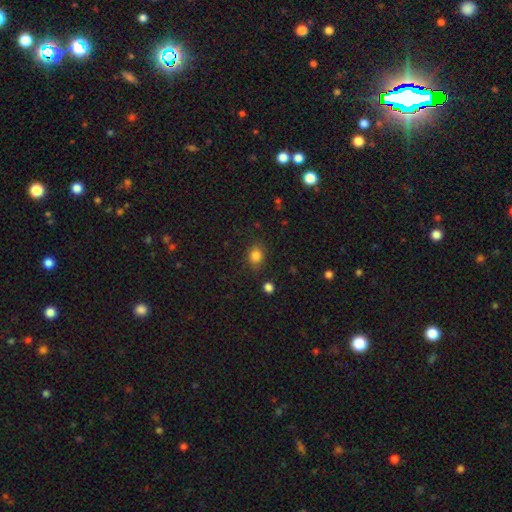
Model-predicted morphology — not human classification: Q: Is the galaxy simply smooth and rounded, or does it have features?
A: smooth — 83%.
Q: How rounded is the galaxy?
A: round — 56%.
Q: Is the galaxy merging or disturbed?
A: none — 81%.